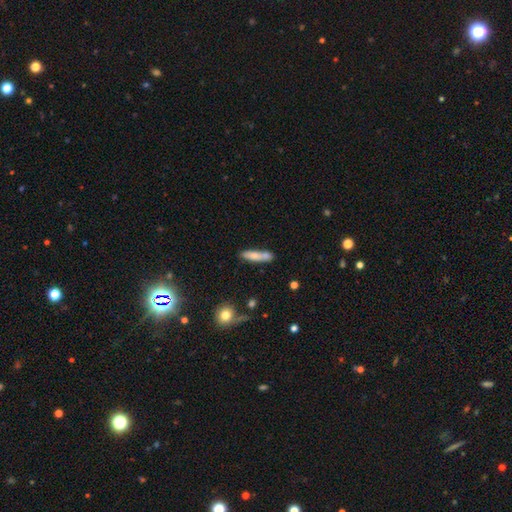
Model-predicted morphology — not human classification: smooth-or-featured: smooth: 70% | featured or disk: 23% | star or artifact: 7%
  how-rounded: cigar-shaped: 73% | in between: 25% | round: 2%
  merging: none: 55% | merger: 24% | minor disturbance: 16% | major disturbance: 5%